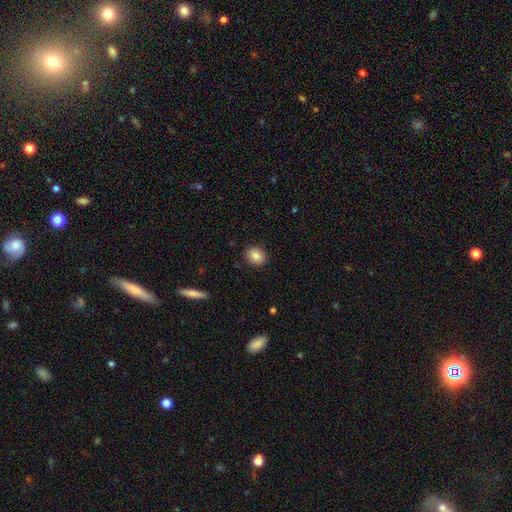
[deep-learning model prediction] A smooth galaxy with no disk features (86%) that is round (52%).

Vote fractions:
- Smooth or featured? smooth: 86% / star or artifact: 8% / featured or disk: 6%
- How rounded? round: 52% / in between: 47% / cigar-shaped: 1%
- Merging? none: 89% / minor disturbance: 8% / major disturbance: 2% / merger: 1%